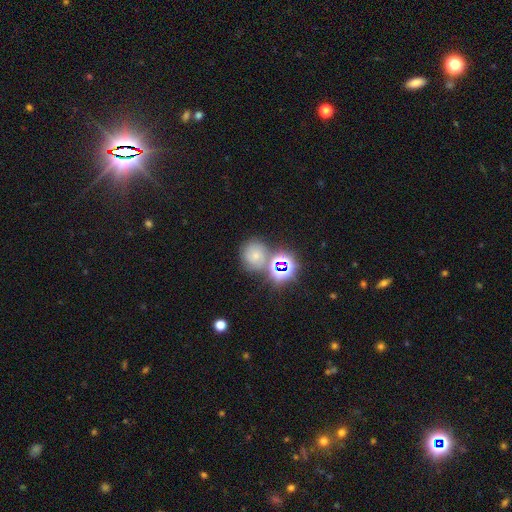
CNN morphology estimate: Smooth or featured? Predicted: smooth (p=0.43). Merging? Predicted: none (p=0.60).